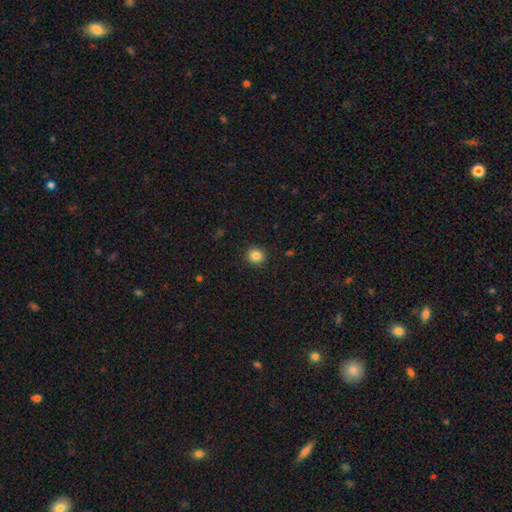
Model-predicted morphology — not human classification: The model was most divided on "smooth or featured": smooth: 85%, star or artifact: 11%, featured or disk: 4%. More confident: merging — none (92%); how rounded — round (90%).